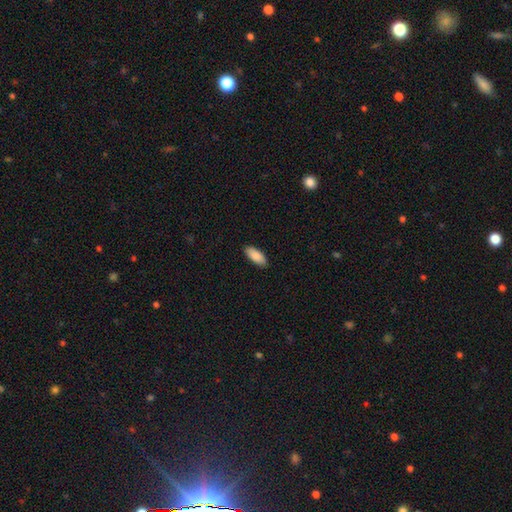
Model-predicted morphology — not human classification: smooth_or_featured: smooth (p=0.89) [alt: star or artifact p=0.06]
how_rounded: in between (p=0.86) [alt: cigar-shaped p=0.13]
merging: none (p=0.89) [alt: minor disturbance p=0.09]